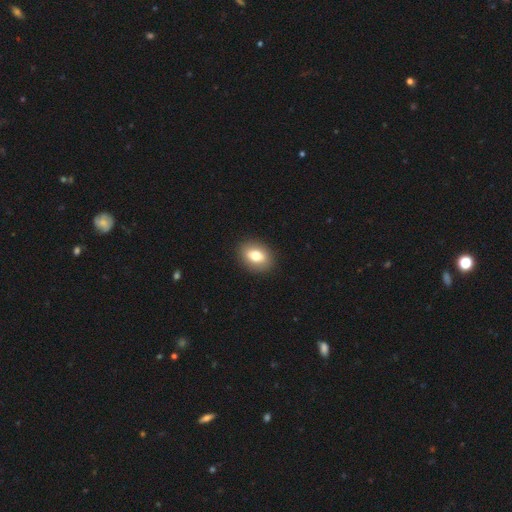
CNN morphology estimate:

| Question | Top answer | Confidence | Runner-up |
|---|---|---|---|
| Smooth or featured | smooth | 76% | featured or disk (15%) |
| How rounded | in between | 73% | round (25%) |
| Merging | none | 90% | minor disturbance (7%) |